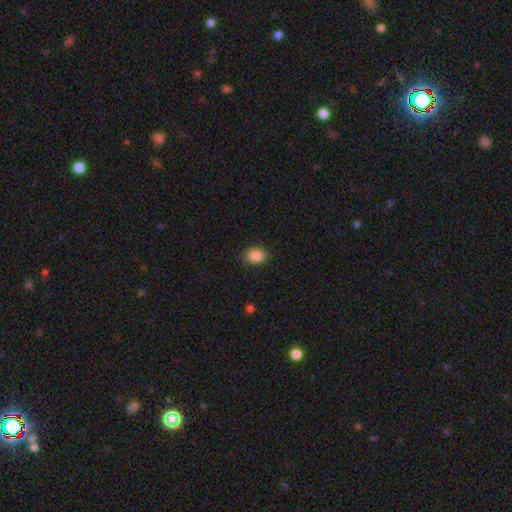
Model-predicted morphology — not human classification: smooth-or-featured: smooth: 88% | star or artifact: 8% | featured or disk: 4%
  how-rounded: in between: 74% | round: 25% | cigar-shaped: 1%
  merging: none: 89% | minor disturbance: 8% | major disturbance: 2% | merger: 1%